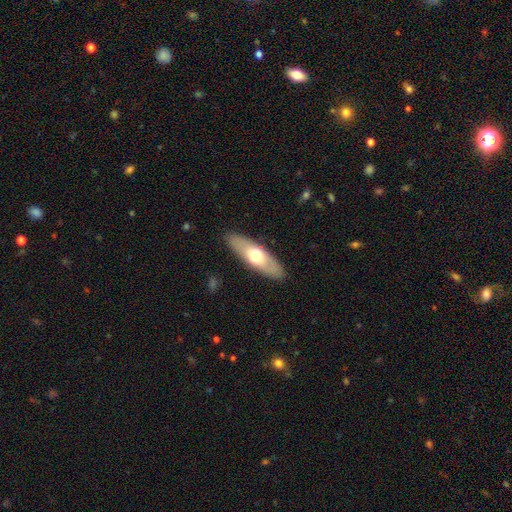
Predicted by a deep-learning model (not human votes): Morphology: type=smooth (57%); roundness=in between (53%); merging=none (88%).